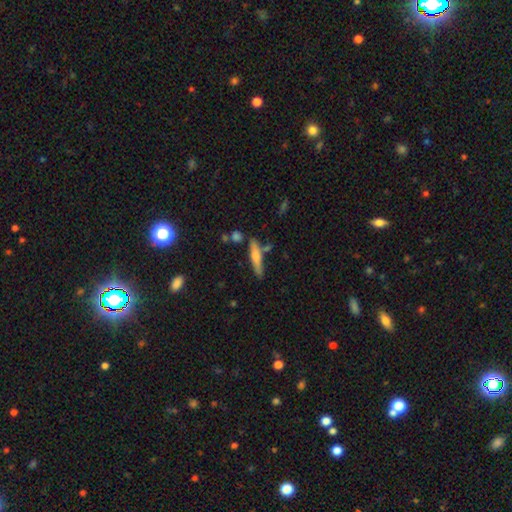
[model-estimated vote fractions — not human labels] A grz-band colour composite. It shows a smooth galaxy with no disk features (60%) that is cigar-shaped (86%). Merging: none (73%).